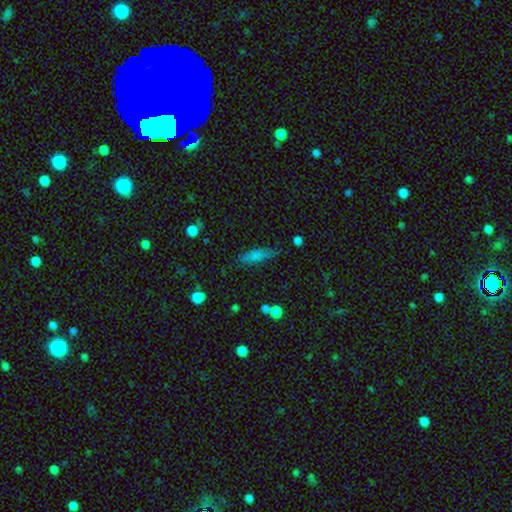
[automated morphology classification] Q: Smooth or featured?
A: smooth (75%); runner-up: featured or disk (15%)
Q: How rounded?
A: cigar-shaped (60%); runner-up: in between (37%)
Q: Merging?
A: none (73%); runner-up: minor disturbance (19%)